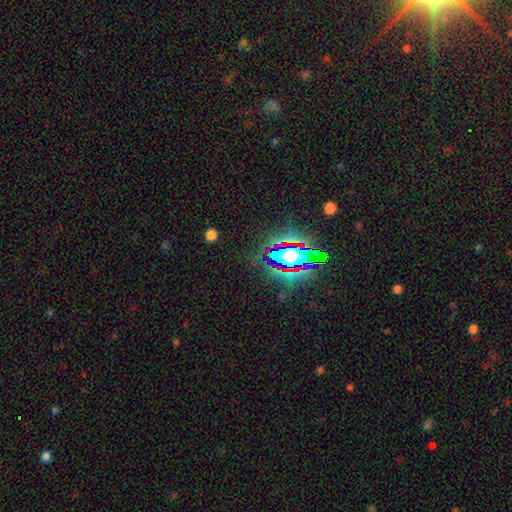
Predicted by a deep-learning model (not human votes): Smooth or featured? Predicted: star or artifact (p=0.81).